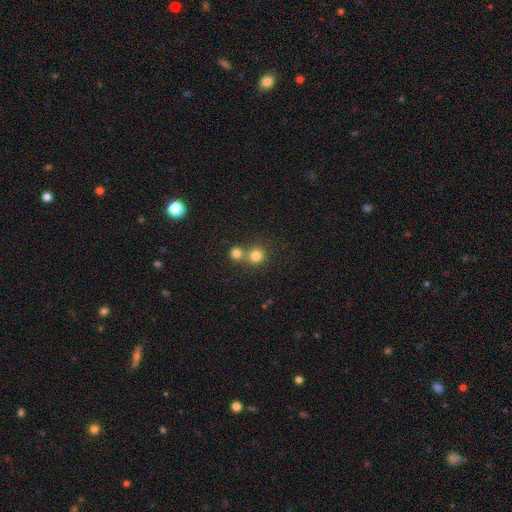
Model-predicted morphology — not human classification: Q: Smooth or featured?
A: smooth (79%); runner-up: star or artifact (13%)
Q: How rounded?
A: round (90%); runner-up: in between (9%)
Q: Merging?
A: none (52%); runner-up: merger (40%)